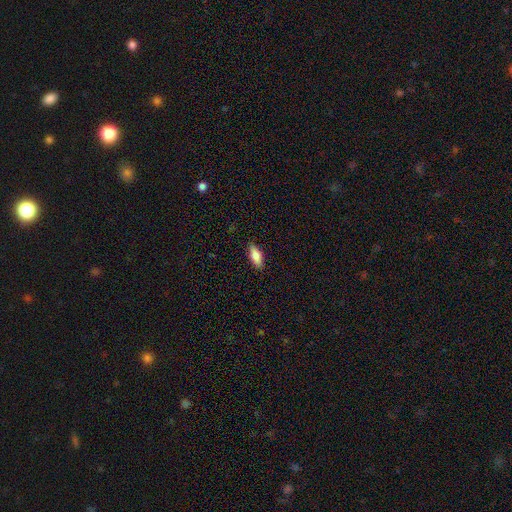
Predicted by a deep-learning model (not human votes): smooth 82%, featured or disk 12%, star or artifact 6%. Down the decision tree: how rounded — in between (77%); merging — none (88%).